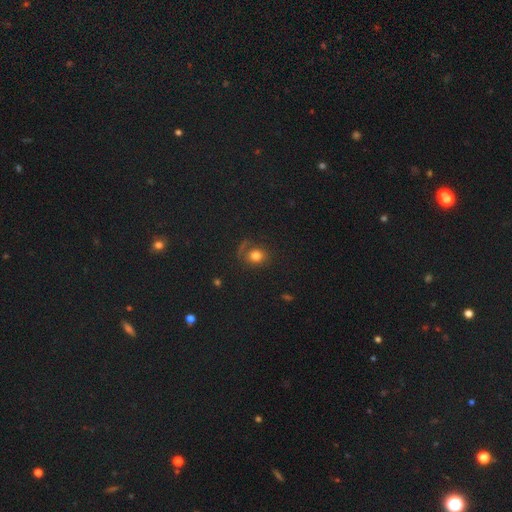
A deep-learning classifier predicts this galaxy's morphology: A smooth galaxy with no disk features (72%) that is round (71%). Merging: none (67%).